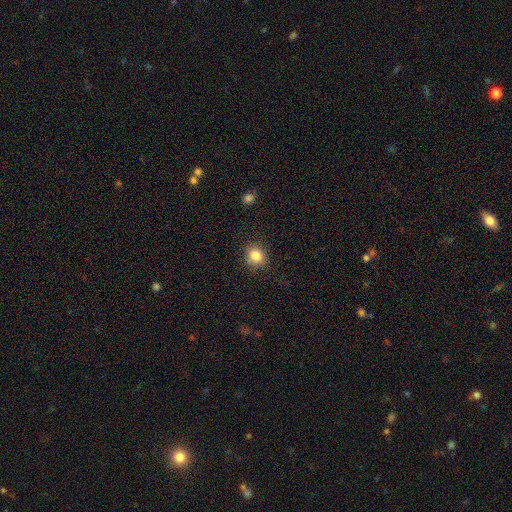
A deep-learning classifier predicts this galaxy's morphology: This appears to be a smooth galaxy with no disk features (84%) that is round (73%). Merging: none (84%).